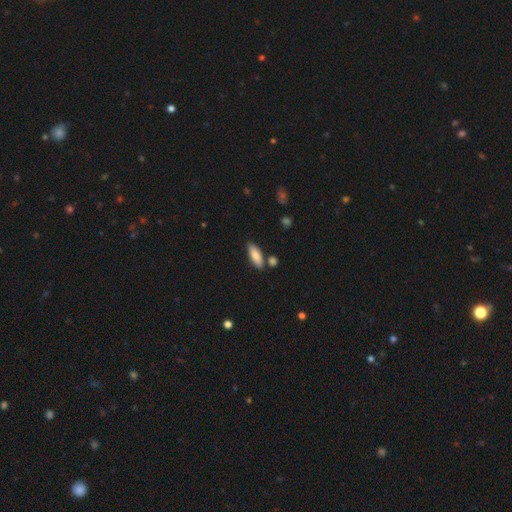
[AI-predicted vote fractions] Overall: smooth (84%). How rounded: in between (69%). Merging: none (78%).